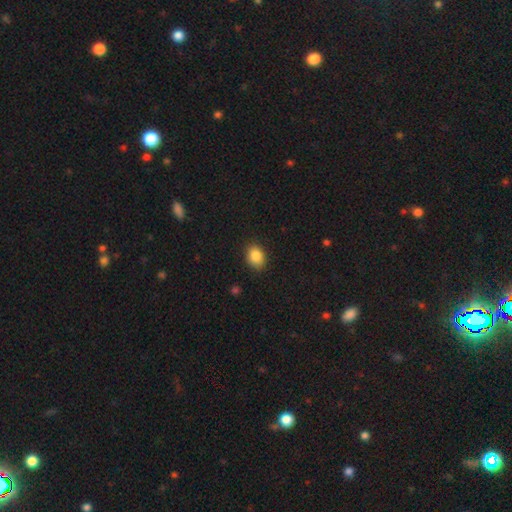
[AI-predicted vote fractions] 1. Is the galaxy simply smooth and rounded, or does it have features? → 86% smooth, 9% star or artifact, 5% featured or disk.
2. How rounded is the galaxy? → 60% in between, 39% round, 1% cigar-shaped.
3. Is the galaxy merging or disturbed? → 85% none, 11% minor disturbance, 2% major disturbance, 1% merger.